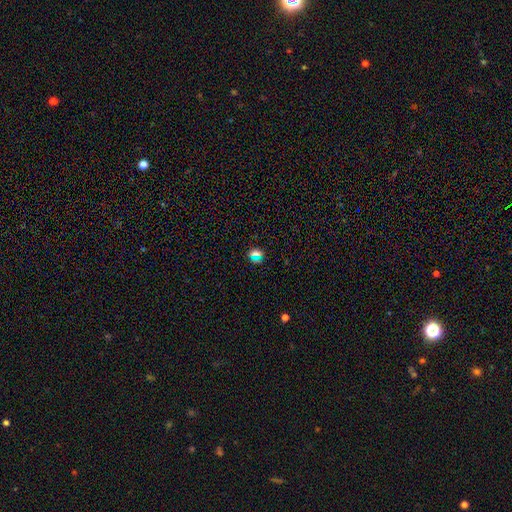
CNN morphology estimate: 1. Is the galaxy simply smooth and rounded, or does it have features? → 52% smooth, 37% star or artifact, 11% featured or disk.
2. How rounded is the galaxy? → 72% round, 24% in between, 4% cigar-shaped.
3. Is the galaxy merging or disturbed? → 82% none, 10% minor disturbance, 5% major disturbance, 3% merger.